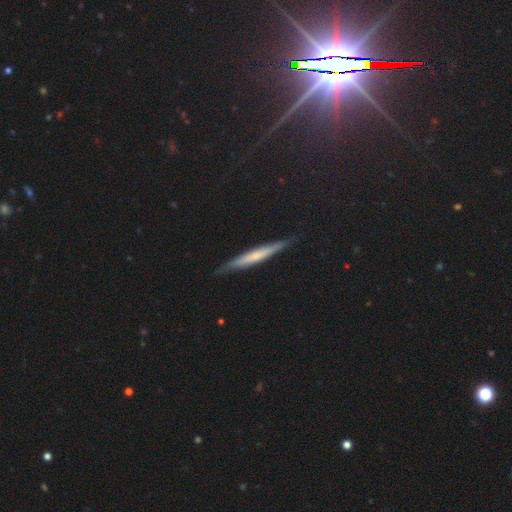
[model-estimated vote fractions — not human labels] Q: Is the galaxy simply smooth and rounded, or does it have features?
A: featured or disk — 47%.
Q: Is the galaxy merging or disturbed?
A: none — 85%.